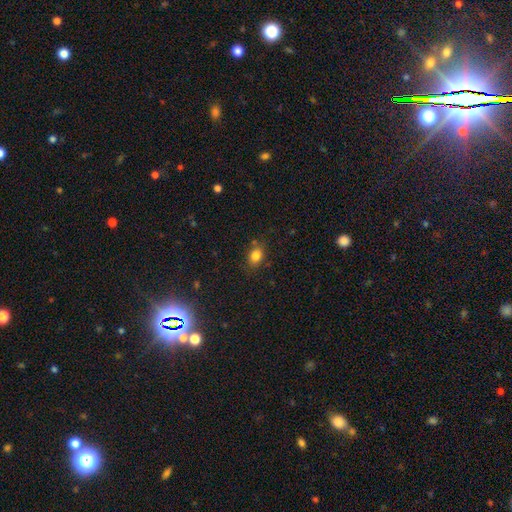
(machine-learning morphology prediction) Smooth or featured: smooth — 82% (star or artifact — 11%)
How rounded: in between — 63% (round — 36%)
Merging: none — 78% (minor disturbance — 14%)